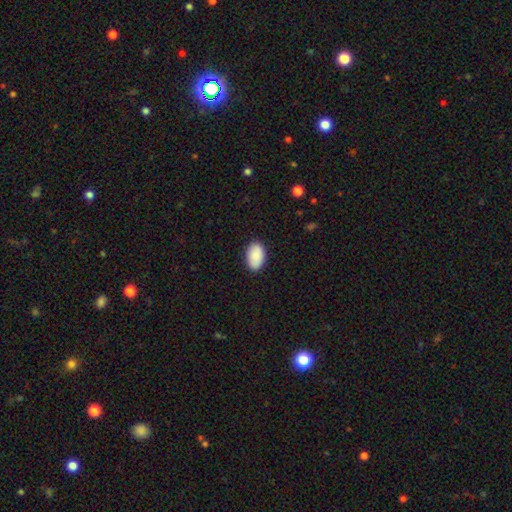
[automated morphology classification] This appears to be a smooth galaxy with no disk features (90%) that is in between round and cigar-shaped (93%). Merging: none (88%).